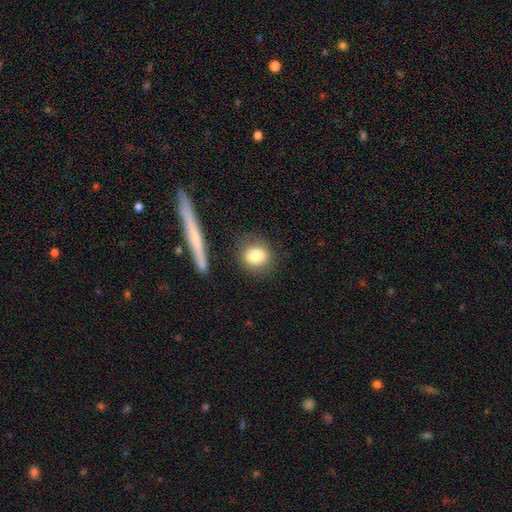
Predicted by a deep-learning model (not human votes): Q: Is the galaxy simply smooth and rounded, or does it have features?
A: smooth — 81%.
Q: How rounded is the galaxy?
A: round — 70%.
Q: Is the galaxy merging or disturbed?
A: none — 80%.